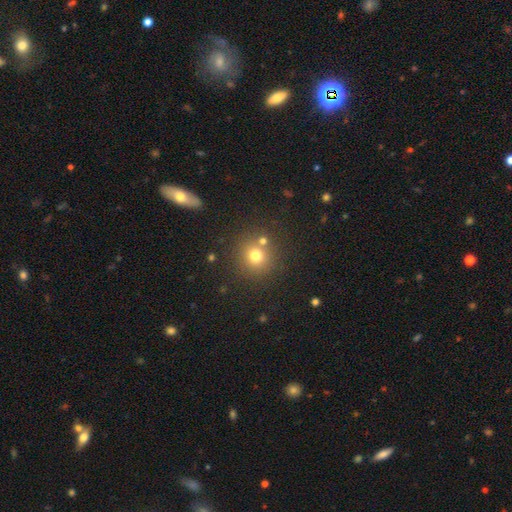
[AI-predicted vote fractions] smooth 74%, star or artifact 17%, featured or disk 9%. Down the decision tree: how rounded — round (92%); merging — none (77%).